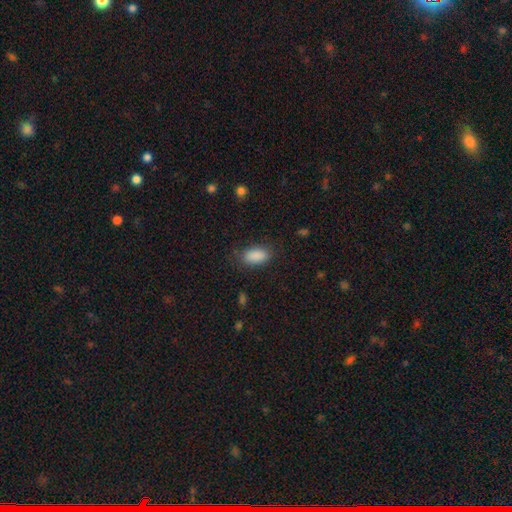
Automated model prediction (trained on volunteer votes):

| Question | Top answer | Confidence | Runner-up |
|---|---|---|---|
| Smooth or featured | smooth | 89% | star or artifact (7%) |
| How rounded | in between | 90% | cigar-shaped (6%) |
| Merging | none | 80% | minor disturbance (14%) |